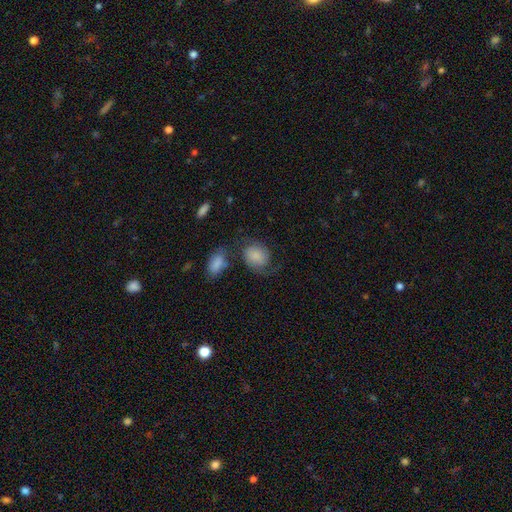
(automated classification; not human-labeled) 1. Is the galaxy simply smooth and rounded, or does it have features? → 68% smooth, 23% featured or disk, 9% star or artifact.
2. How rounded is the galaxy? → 53% round, 46% in between, 1% cigar-shaped.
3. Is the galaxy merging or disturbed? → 49% none, 22% minor disturbance, 15% major disturbance, 13% merger.